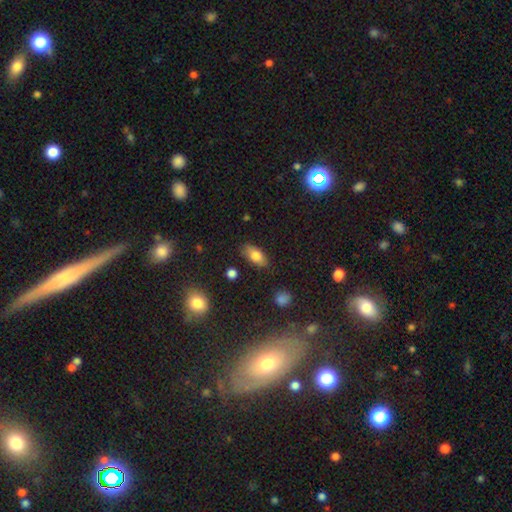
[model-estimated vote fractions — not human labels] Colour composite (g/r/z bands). It shows a smooth galaxy with no disk features (79%) that is in between round and cigar-shaped (88%). Merging: none (80%).